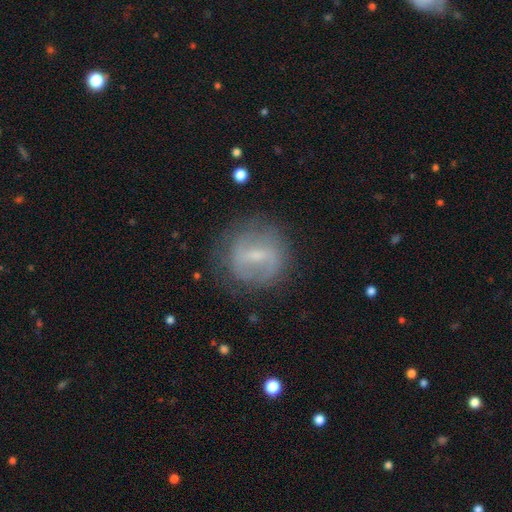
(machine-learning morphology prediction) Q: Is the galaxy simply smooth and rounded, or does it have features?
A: featured or disk — 62%.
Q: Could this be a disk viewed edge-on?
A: no — 95%.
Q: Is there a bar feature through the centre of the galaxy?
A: weak — 48%.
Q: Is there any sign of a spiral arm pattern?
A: yes — 61%.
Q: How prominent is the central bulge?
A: small — 60%.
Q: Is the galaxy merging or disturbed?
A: none — 74%.